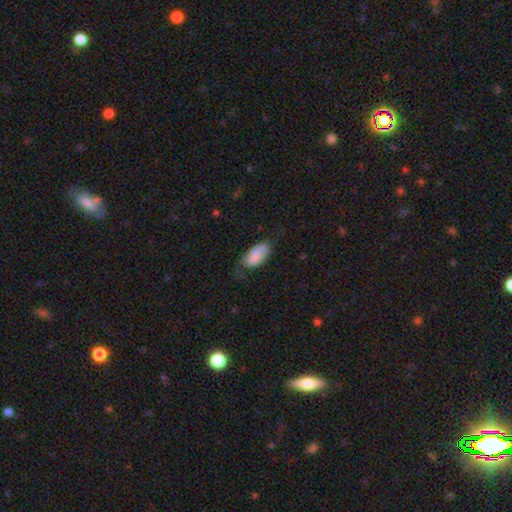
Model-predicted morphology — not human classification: Smooth or featured? Predicted: smooth (p=0.79). How rounded? Predicted: in between (p=0.94). Merging? Predicted: none (p=0.38).